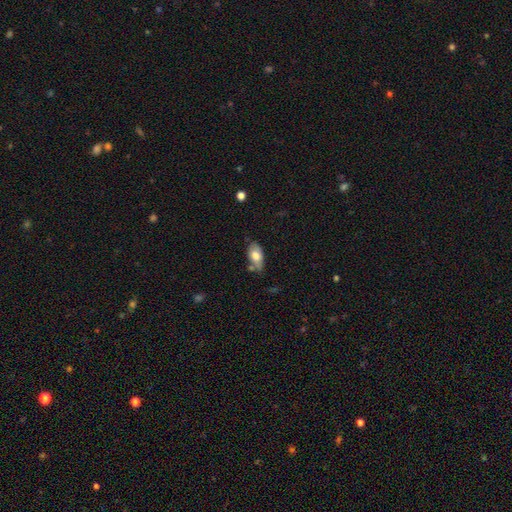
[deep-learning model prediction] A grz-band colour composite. It shows a smooth galaxy with no disk features (71%) that is in between round and cigar-shaped (91%). Merging: none (58%).